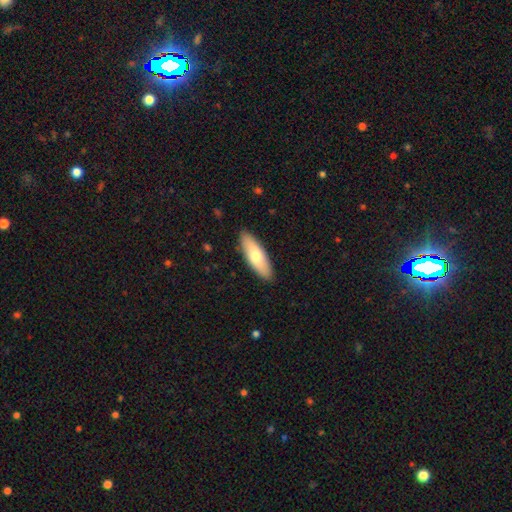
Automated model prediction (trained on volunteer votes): The model was most divided on "how rounded": in between: 59%, cigar-shaped: 39%, round: 2%. More confident: merging — none (89%); smooth or featured — smooth (70%).